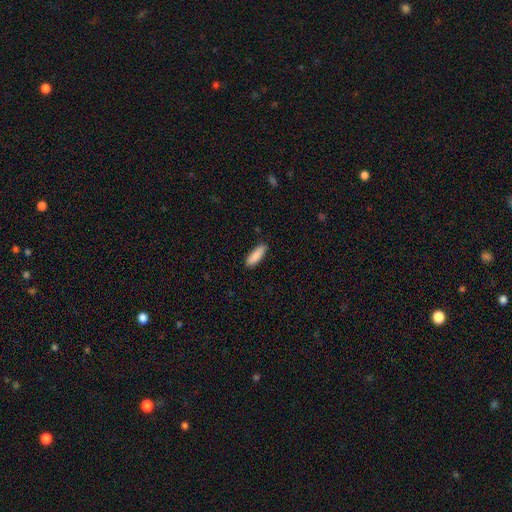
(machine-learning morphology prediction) Overall: smooth (88%). How rounded: in between (52%; cigar-shaped 46%). Merging: none (84%).